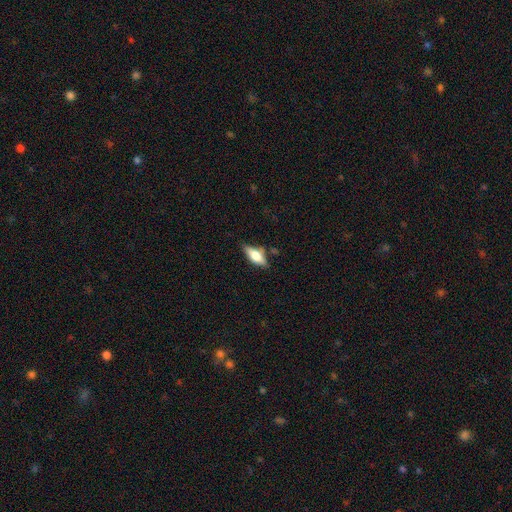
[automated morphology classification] Smooth or featured?
  - smooth: 54% *
  - featured or disk: 38%
  - star or artifact: 8%
How rounded?
  - in between: 68% *
  - cigar-shaped: 28%
  - round: 4%
Merging?
  - none: 67% *
  - minor disturbance: 20%
  - merger: 7%
  - major disturbance: 6%